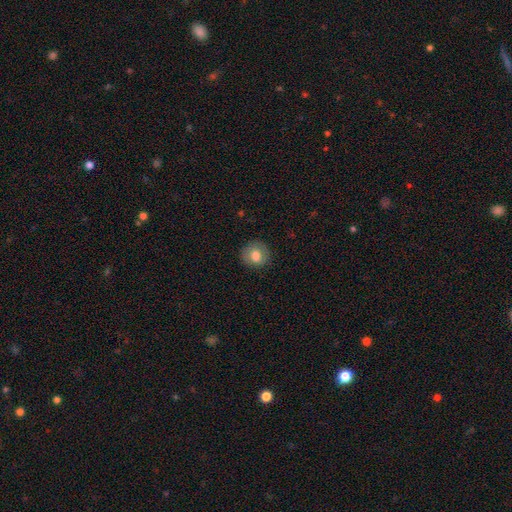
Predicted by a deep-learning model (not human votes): The model was most divided on "smooth or featured": smooth: 77%, featured or disk: 15%, star or artifact: 9%. More confident: how rounded — round (88%); merging — none (86%).